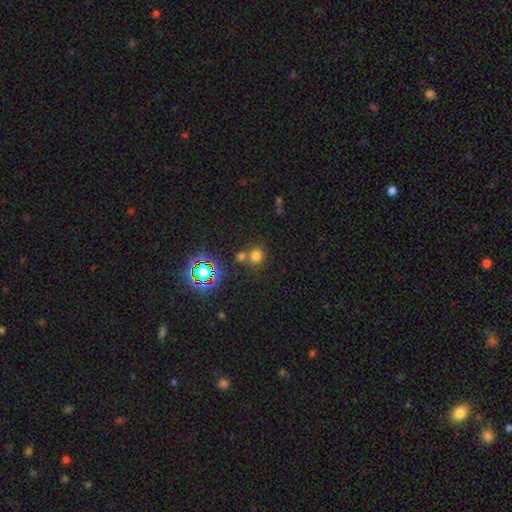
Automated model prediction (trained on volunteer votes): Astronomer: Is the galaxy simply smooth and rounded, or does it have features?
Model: smooth — 69%.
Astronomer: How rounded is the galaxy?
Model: round — 88%.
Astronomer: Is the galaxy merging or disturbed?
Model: none — 62%.